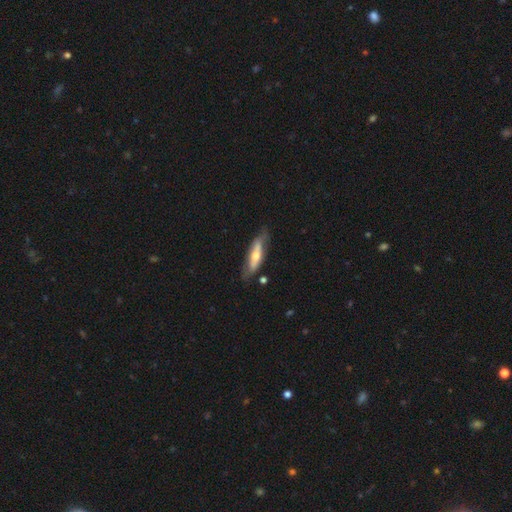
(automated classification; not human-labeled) This is possibly a featured or disk galaxy (55%). It is possibly viewed edge-on (54%). Merging: likely none (70%).